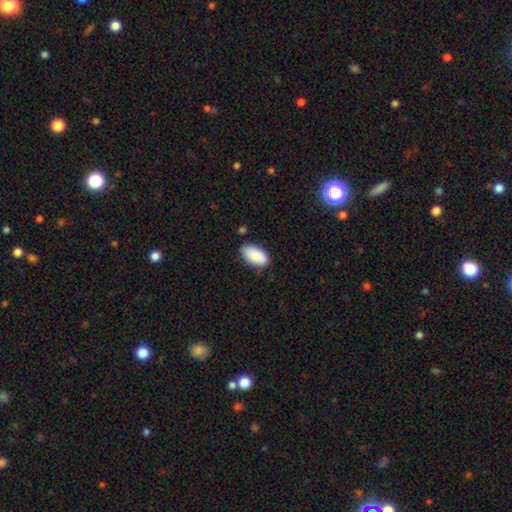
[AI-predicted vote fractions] Smooth or featured? Predicted: smooth (p=0.89). How rounded? Predicted: in between (p=0.95). Merging? Predicted: none (p=0.79).